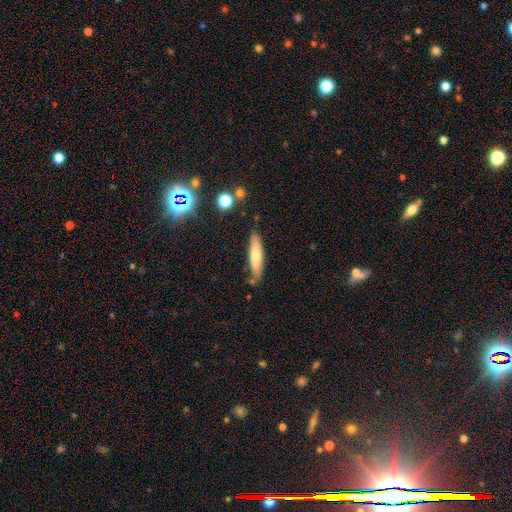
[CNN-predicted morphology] Overall: smooth (66%; featured or disk 28%). How rounded: cigar-shaped (82%). Merging: none (77%).